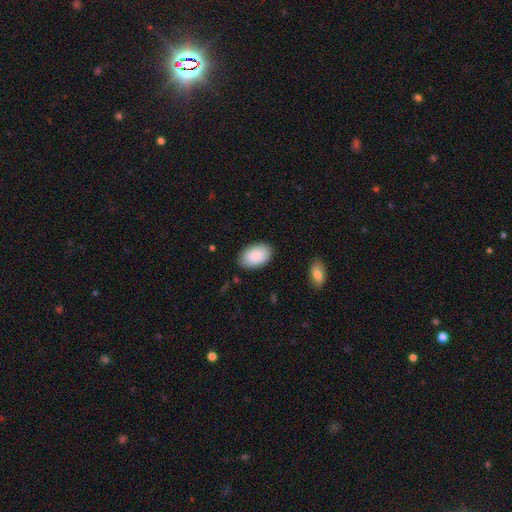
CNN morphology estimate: Smooth or featured? smooth (90%)
How rounded? in between (93%)
Merging? none (86%)